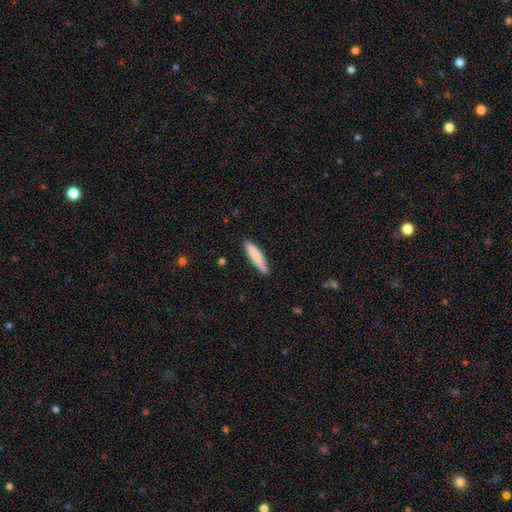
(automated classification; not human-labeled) Smooth or featured: smooth — 81% (featured or disk — 13%)
How rounded: cigar-shaped — 86% (in between — 12%)
Merging: none — 88% (minor disturbance — 9%)